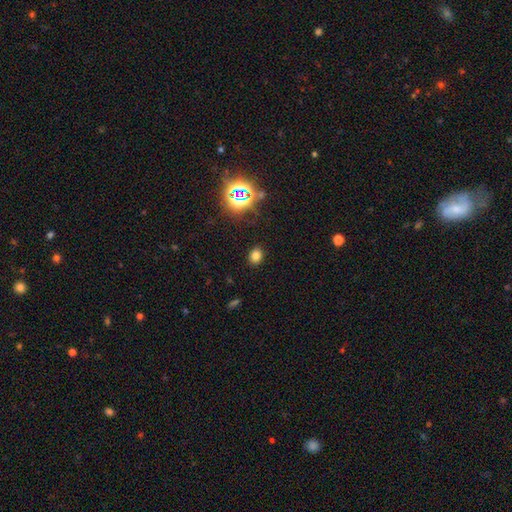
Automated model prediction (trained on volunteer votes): A smooth galaxy with no disk features (73%) that is round (50%).

Vote fractions:
- Smooth or featured? smooth: 73% / star or artifact: 21% / featured or disk: 6%
- How rounded? round: 50% / in between: 49% / cigar-shaped: 1%
- Merging? none: 88% / minor disturbance: 8% / major disturbance: 3% / merger: 1%